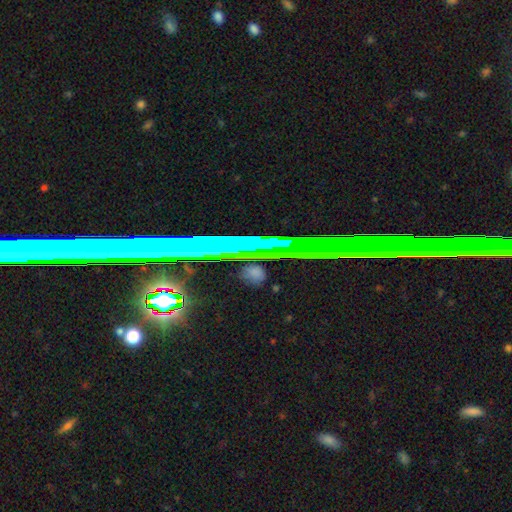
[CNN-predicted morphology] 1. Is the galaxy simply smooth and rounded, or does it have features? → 73% star or artifact, 16% featured or disk, 11% smooth.